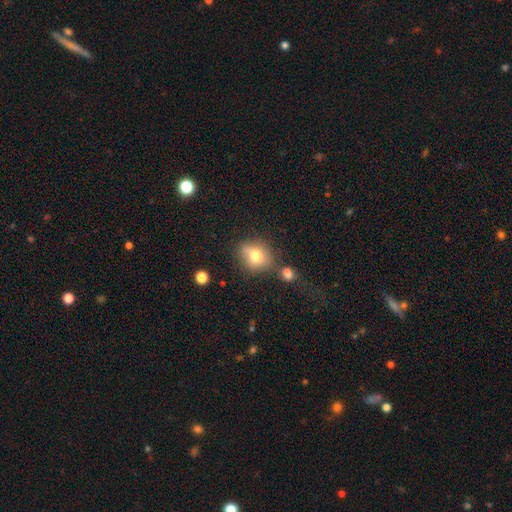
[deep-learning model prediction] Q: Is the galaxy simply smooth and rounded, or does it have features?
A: smooth — 72%.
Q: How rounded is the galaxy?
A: round — 64%.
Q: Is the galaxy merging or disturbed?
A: none — 63%.